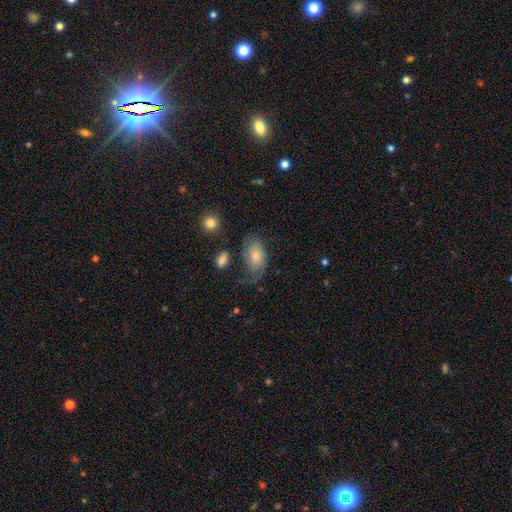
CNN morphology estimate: Smooth or featured? Predicted: featured or disk (p=0.51). Edge-on disk? Predicted: no (p=0.94). Merging? Predicted: none (p=0.49).